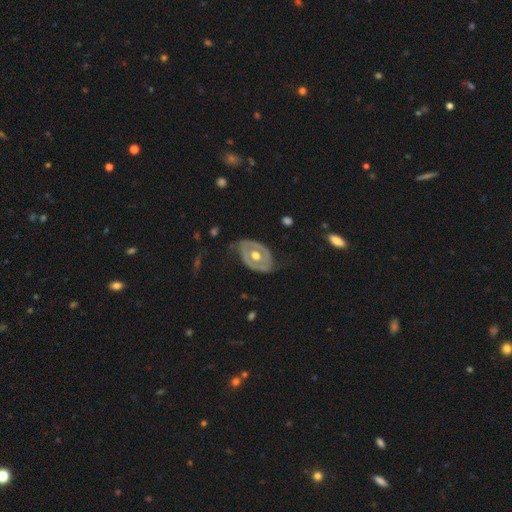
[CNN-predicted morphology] A featured or disk galaxy (68%) with no bar (79%), no spiral arms (70%) and a moderate central bulge (75%). Merging: none (60%).